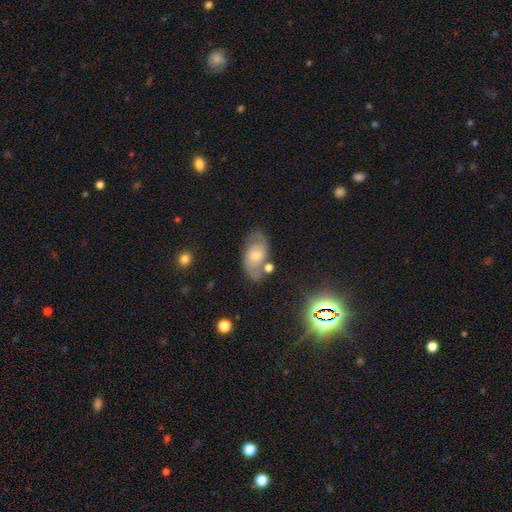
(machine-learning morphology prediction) A featured or disk galaxy (56%) with no bar (63%), spiral arms (78%) and a moderate central bulge (60%).

Vote fractions:
- Smooth or featured? featured or disk: 56% / smooth: 30% / star or artifact: 14%
- Edge-on disk? no: 94% / yes: 6%
- Bar? no: 63% / weak: 30% / strong: 7%
- Spiral arms? yes: 78% / no: 22%
- Bulge size? moderate: 60% / small: 32% / large: 5% / none: 2% / dominant: 1%
- Merging? none: 63% / minor disturbance: 20% / merger: 9% / major disturbance: 8%